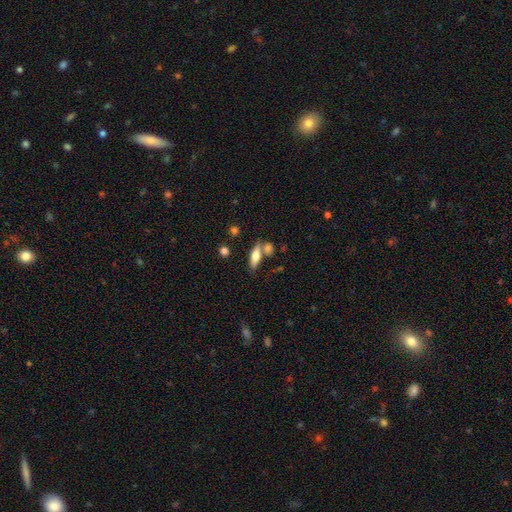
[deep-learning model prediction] Overall: smooth (61%; featured or disk 32%). How rounded: in between (53%; cigar-shaped 44%). Merging: none (63%).